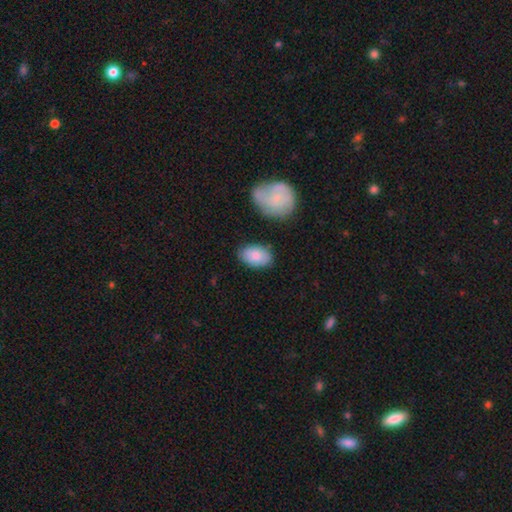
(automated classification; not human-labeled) Morphology: type=smooth (84%); roundness=in between (93%); merging=none (77%).